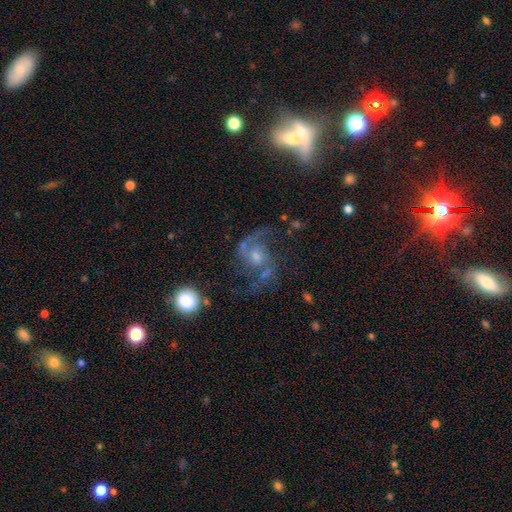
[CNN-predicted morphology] smooth_or_featured: featured or disk (p=0.83) [alt: star or artifact p=0.10]
disk_edge_on: no (p=0.97) [alt: yes p=0.03]
bar: no (p=0.61) [alt: weak p=0.32]
has_spiral_arms: yes (p=0.96) [alt: no p=0.04]
spiral_winding: medium (p=0.46) [alt: loose p=0.45]
spiral_arm_count: 2 (p=0.90) [alt: can't tell p=0.03]
bulge_size: moderate (p=0.52) [alt: small p=0.34]
merging: none (p=0.61) [alt: minor disturbance p=0.16]